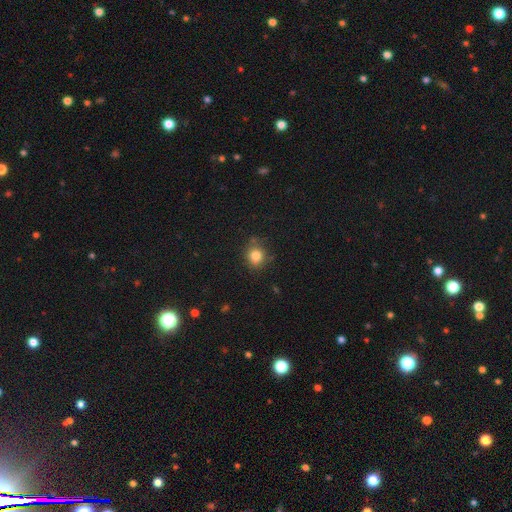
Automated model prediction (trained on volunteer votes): smooth_or_featured: smooth (p=0.83) [alt: star or artifact p=0.11]
how_rounded: round (p=0.81) [alt: in between p=0.18]
merging: none (p=0.77) [alt: minor disturbance p=0.15]